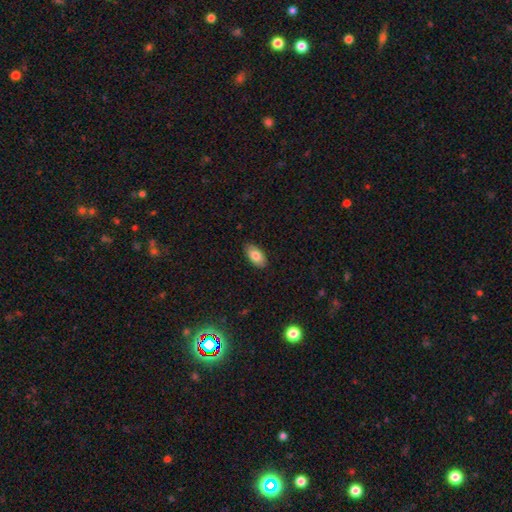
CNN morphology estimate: This appears to be a smooth galaxy with no disk features (81%) that is in between round and cigar-shaped (94%). Merging: none (88%).